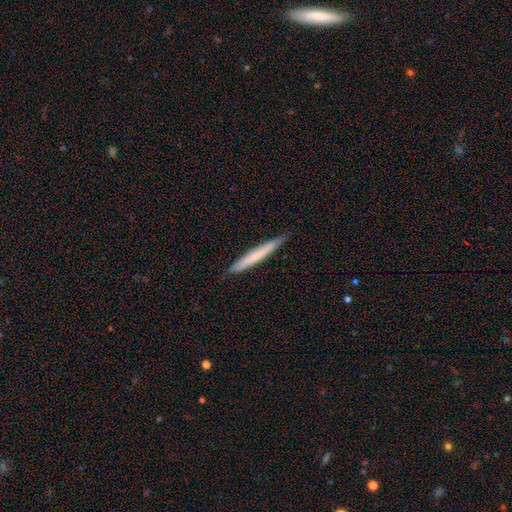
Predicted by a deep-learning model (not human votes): Smooth or featured? smooth (63%)
How rounded? cigar-shaped (96%)
Merging? none (86%)